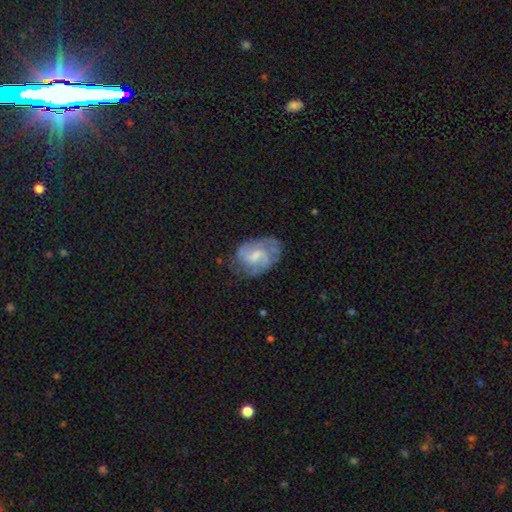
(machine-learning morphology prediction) featured or disk 69%, smooth 25%, star or artifact 6%. Down the decision tree: edge-on disk — no (97%); bar — weak (57%); spiral arms — yes (86%); spiral arm count — 2 (58%); spiral winding — medium (48%); bulge size — small (43%); merging — none (58%).